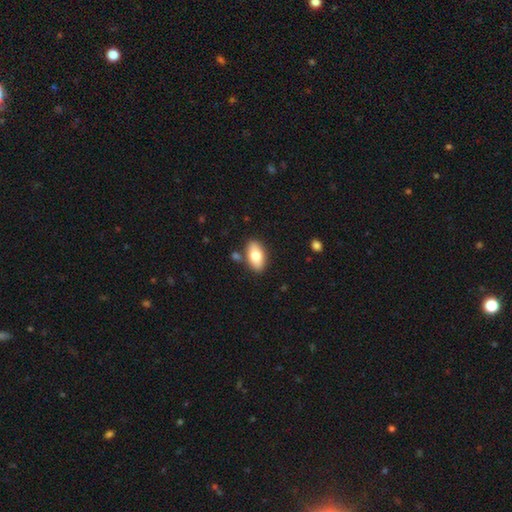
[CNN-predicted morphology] Smooth or featured: smooth — 77% (featured or disk — 17%)
How rounded: in between — 92% (round — 4%)
Merging: none — 83% (minor disturbance — 10%)